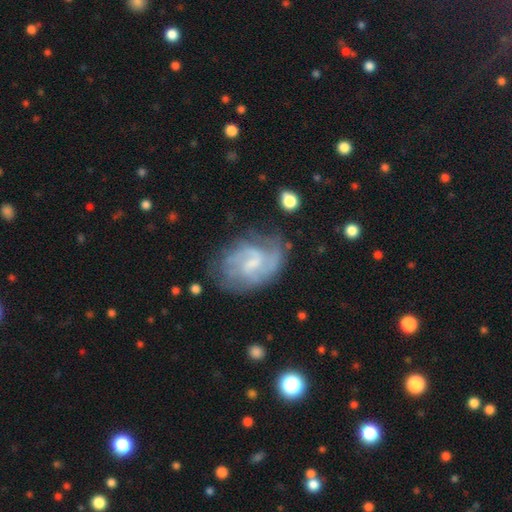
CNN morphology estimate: featured or disk 79%, smooth 15%, star or artifact 6%. Down the decision tree: edge-on disk — no (98%); bar — weak (59%); spiral arms — yes (90%); spiral arm count — 2 (55%); spiral winding — medium (46%); bulge size — small (47%); merging — none (60%).